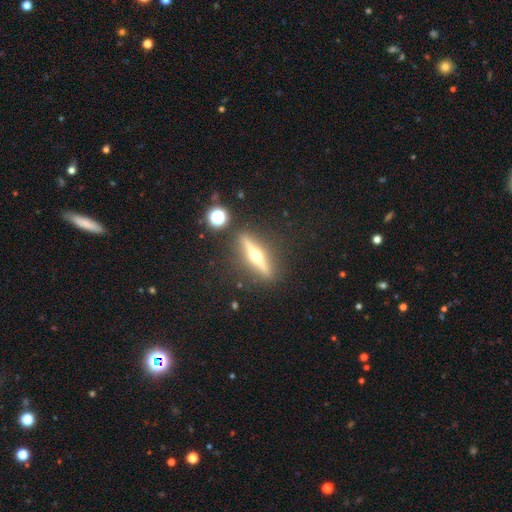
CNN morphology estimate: smooth_or_featured: featured or disk (p=0.78) [alt: smooth p=0.16]
disk_edge_on: yes (p=0.96) [alt: no p=0.04]
edge_on_bulge: rounded (p=0.96) [alt: none p=0.03]
merging: none (p=0.89) [alt: minor disturbance p=0.07]